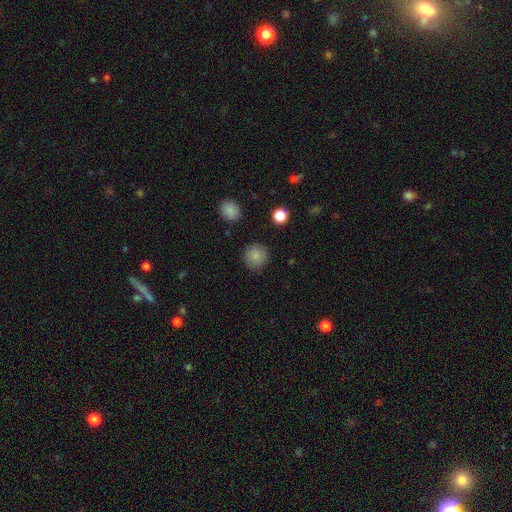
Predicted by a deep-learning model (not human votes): Overall: smooth (86%). How rounded: round (93%). Merging: none (88%).